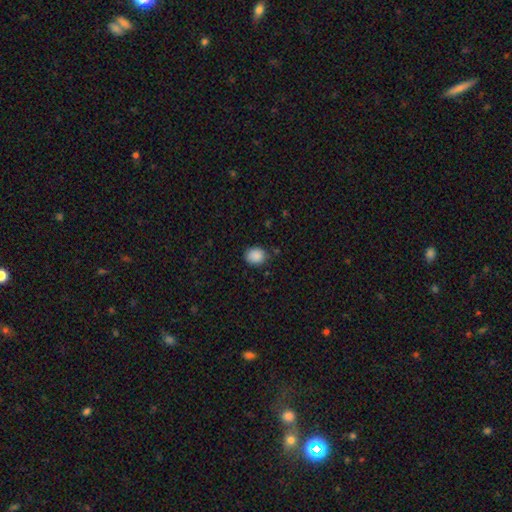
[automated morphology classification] smooth-or-featured: smooth: 89% | star or artifact: 8% | featured or disk: 3%
  how-rounded: round: 65% | in between: 34% | cigar-shaped: 1%
  merging: none: 81% | minor disturbance: 14% | major disturbance: 3% | merger: 2%